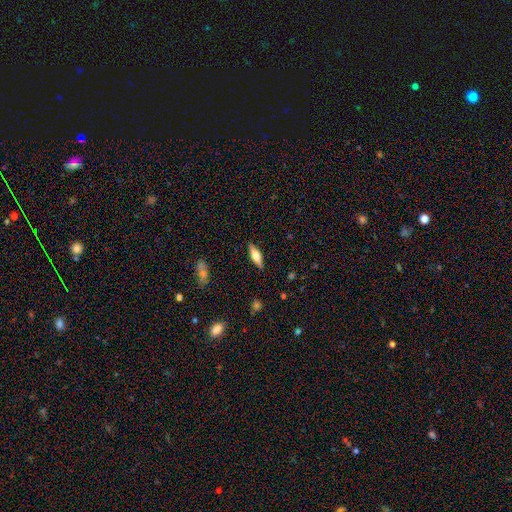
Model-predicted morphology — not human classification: smooth 49%, featured or disk 44%, star or artifact 7%. Down the decision tree: merging — none (88%).